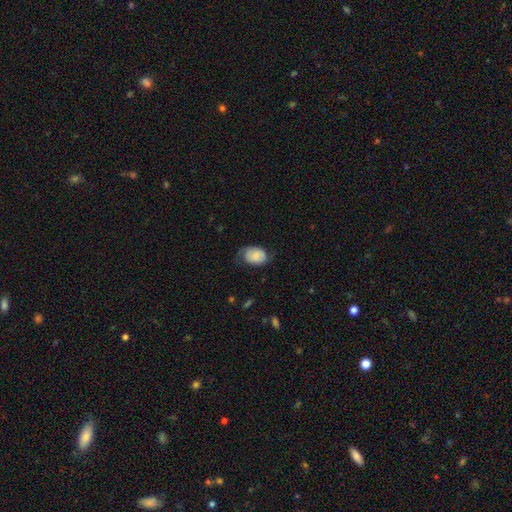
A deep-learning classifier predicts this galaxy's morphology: Smooth or featured? smooth (62%)
How rounded? in between (77%)
Merging? none (48%)